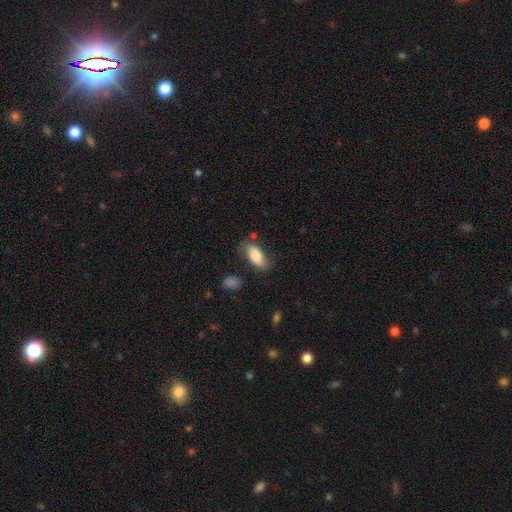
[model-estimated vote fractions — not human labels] Smooth or featured: smooth — 75% (featured or disk — 19%)
How rounded: in between — 87% (cigar-shaped — 10%)
Merging: none — 72% (minor disturbance — 20%)